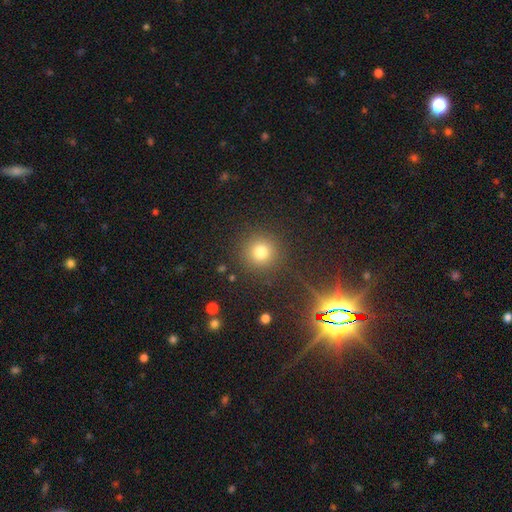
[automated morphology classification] Q: Smooth or featured?
A: smooth (56%); runner-up: star or artifact (34%)
Q: How rounded?
A: round (95%); runner-up: in between (4%)
Q: Merging?
A: none (91%); runner-up: minor disturbance (5%)